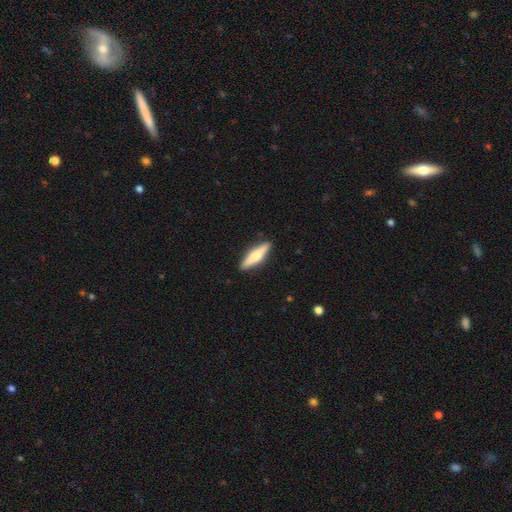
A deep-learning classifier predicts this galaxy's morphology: smooth_or_featured: featured or disk (p=0.48) [alt: smooth p=0.47]
merging: none (p=0.90) [alt: minor disturbance p=0.07]